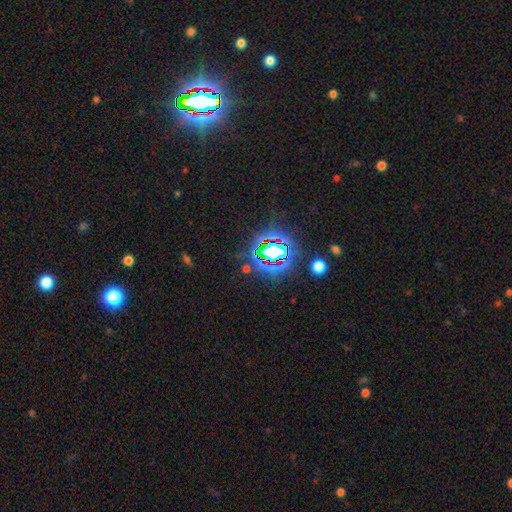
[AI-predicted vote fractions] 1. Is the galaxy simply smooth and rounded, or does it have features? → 82% star or artifact, 10% smooth, 8% featured or disk.